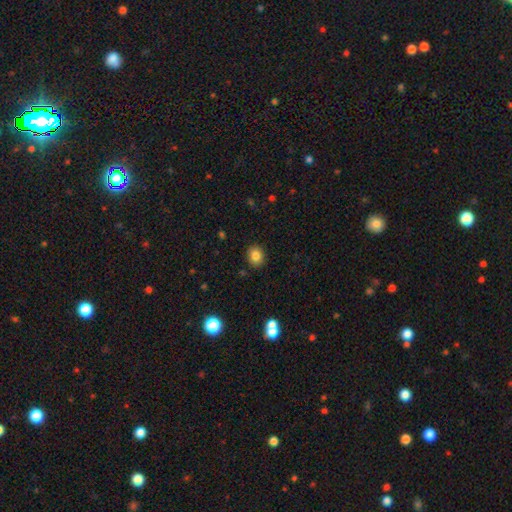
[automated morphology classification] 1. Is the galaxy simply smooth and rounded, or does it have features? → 84% smooth, 10% star or artifact, 6% featured or disk.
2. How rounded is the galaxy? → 60% round, 39% in between, 1% cigar-shaped.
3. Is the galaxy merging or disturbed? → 89% none, 8% minor disturbance, 2% major disturbance, 1% merger.